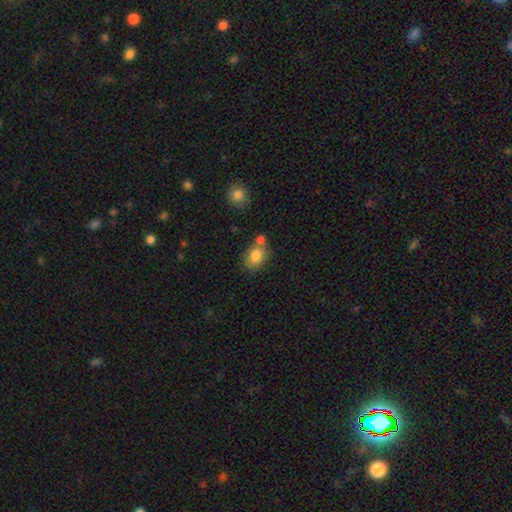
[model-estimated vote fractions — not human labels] A smooth galaxy with no disk features (82%) that is in between round and cigar-shaped (75%). Merging: none (54%).